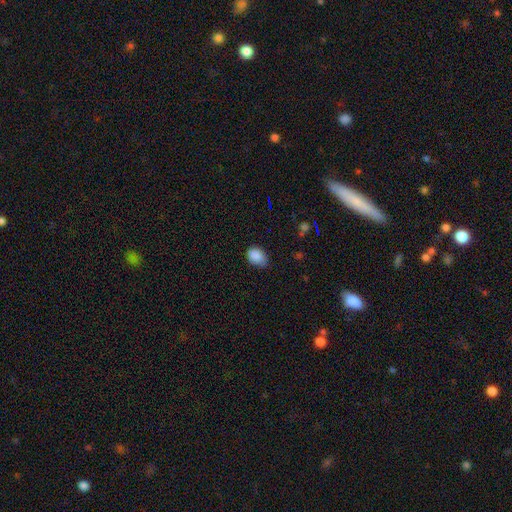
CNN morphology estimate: This appears to be a smooth galaxy with no disk features (87%) that is in between round and cigar-shaped (72%). Merging: none (60%).